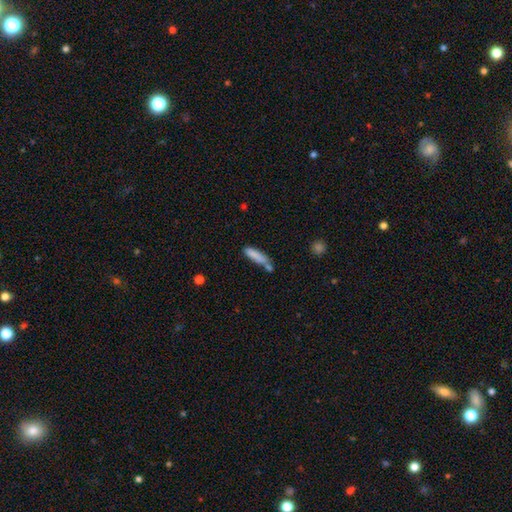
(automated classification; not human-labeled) Morphology: type=smooth (81%); roundness=cigar-shaped (75%); merging=none (50%).